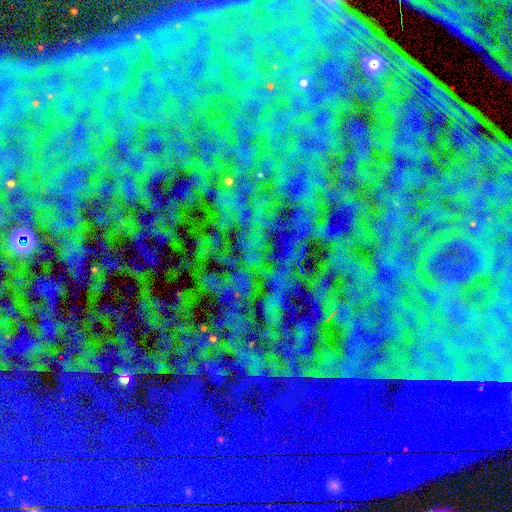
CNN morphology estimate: type=star or artifact (84%).